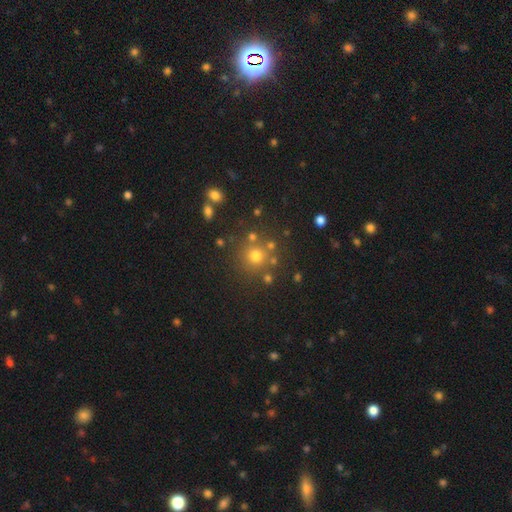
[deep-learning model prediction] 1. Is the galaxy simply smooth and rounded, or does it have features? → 69% smooth, 21% star or artifact, 9% featured or disk.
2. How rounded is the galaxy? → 93% round, 6% in between, 1% cigar-shaped.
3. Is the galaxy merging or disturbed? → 78% none, 9% merger, 9% minor disturbance, 4% major disturbance.